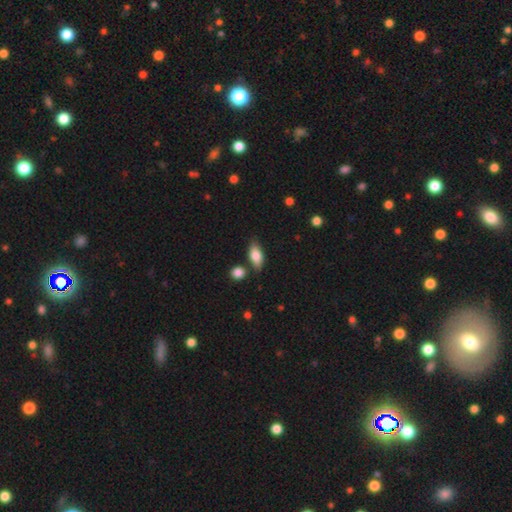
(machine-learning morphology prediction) Smooth or featured? smooth (79%)
How rounded? in between (85%)
Merging? none (76%)